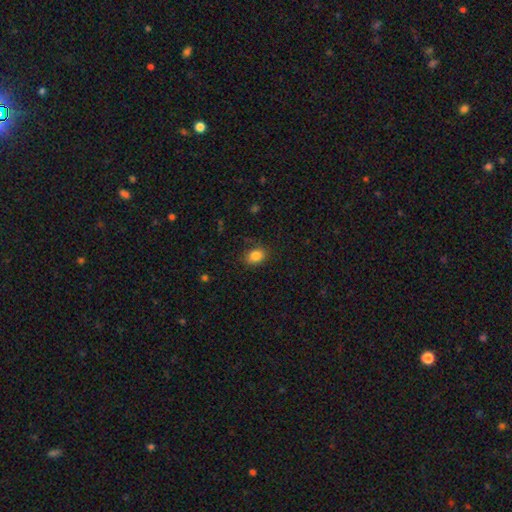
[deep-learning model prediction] Morphology: type=smooth (84%); roundness=in between (60%); merging=none (75%).